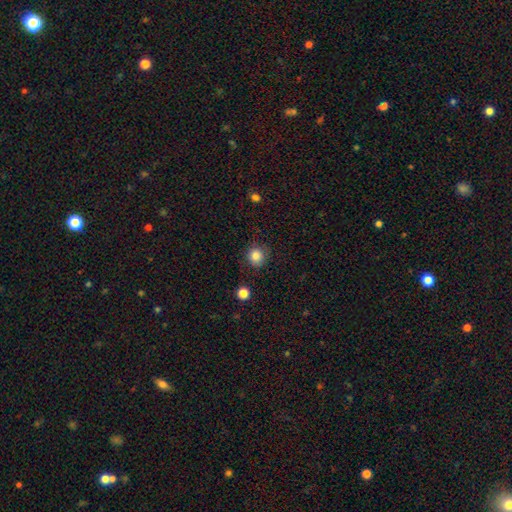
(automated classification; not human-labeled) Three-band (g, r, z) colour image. It shows a smooth galaxy with no disk features (84%) that is round (90%). Merging: none (84%).